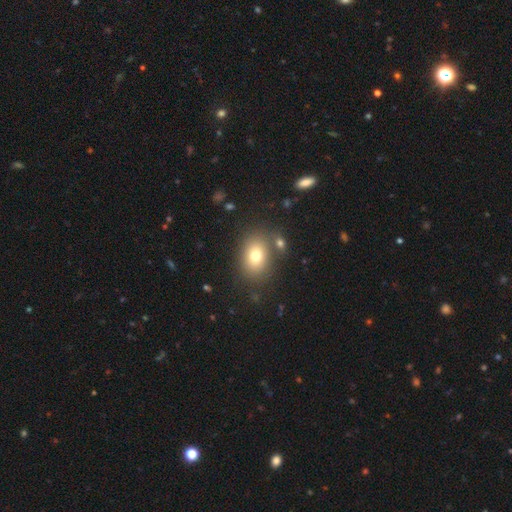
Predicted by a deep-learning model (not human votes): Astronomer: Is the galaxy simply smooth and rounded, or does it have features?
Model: smooth — 75%.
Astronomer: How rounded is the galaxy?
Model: in between — 64%.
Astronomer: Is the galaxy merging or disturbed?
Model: none — 73%.